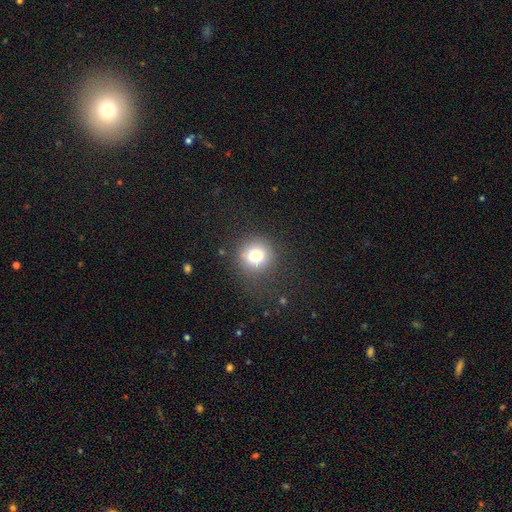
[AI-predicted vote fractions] Q: Smooth or featured?
A: smooth (75%); runner-up: star or artifact (14%)
Q: How rounded?
A: round (91%); runner-up: in between (8%)
Q: Merging?
A: none (83%); runner-up: minor disturbance (10%)